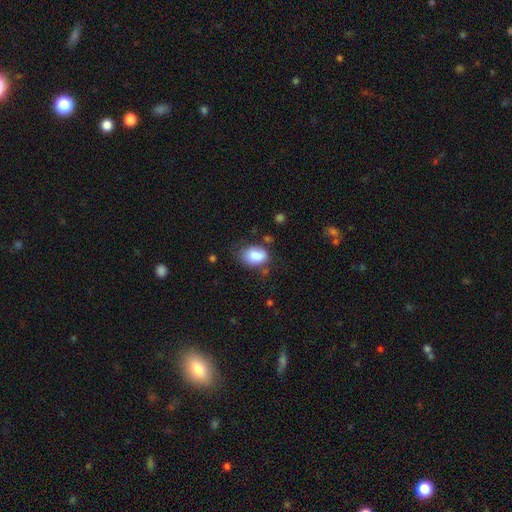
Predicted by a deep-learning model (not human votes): A smooth galaxy with no disk features (85%) that is in between round and cigar-shaped (79%).

Vote fractions:
- Smooth or featured? smooth: 85% / star or artifact: 8% / featured or disk: 8%
- How rounded? in between: 79% / round: 20% / cigar-shaped: 1%
- Merging? none: 63% / minor disturbance: 25% / major disturbance: 8% / merger: 4%